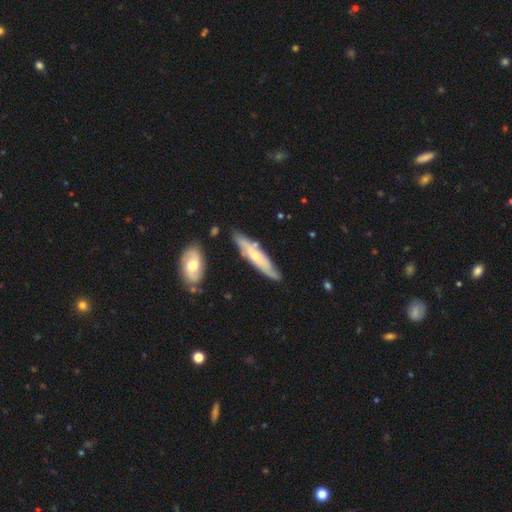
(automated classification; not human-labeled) Morphology: type=featured or disk (54%); edge-on=yes (63%); merging=none (74%).